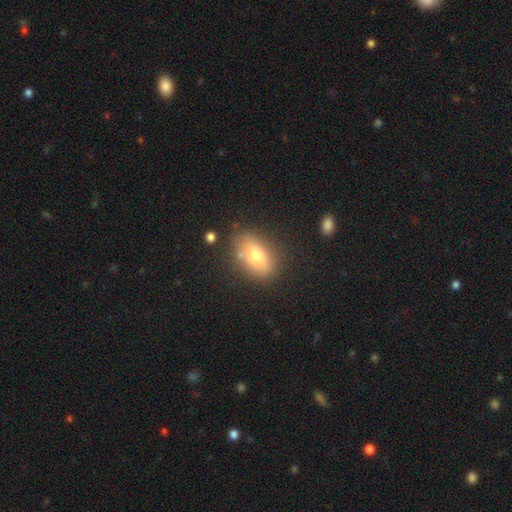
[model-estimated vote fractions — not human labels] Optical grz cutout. It shows a smooth galaxy with no disk features (71%) that is in between round and cigar-shaped (86%). Merging: none (77%).